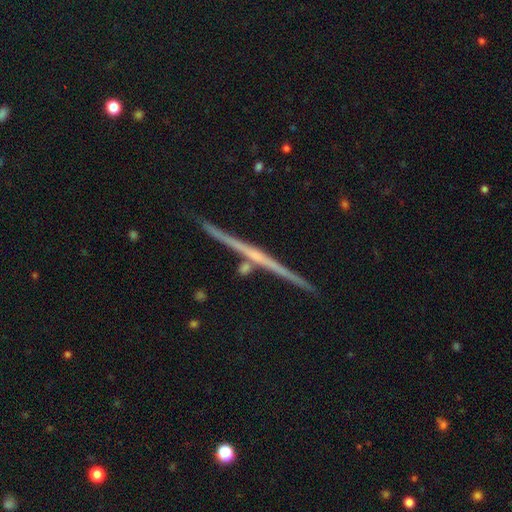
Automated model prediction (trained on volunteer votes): Smooth or featured? Predicted: featured or disk (p=0.79). Edge-on disk? Predicted: yes (p=0.98). Edge-on bulge? Predicted: none (p=0.58). Merging? Predicted: none (p=0.89).